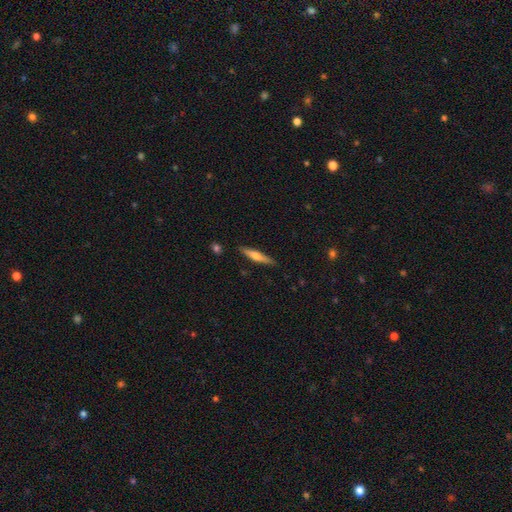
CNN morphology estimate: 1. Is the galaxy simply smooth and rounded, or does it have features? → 48% smooth, 46% featured or disk, 6% star or artifact.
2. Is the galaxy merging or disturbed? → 87% none, 10% minor disturbance, 2% major disturbance, 1% merger.